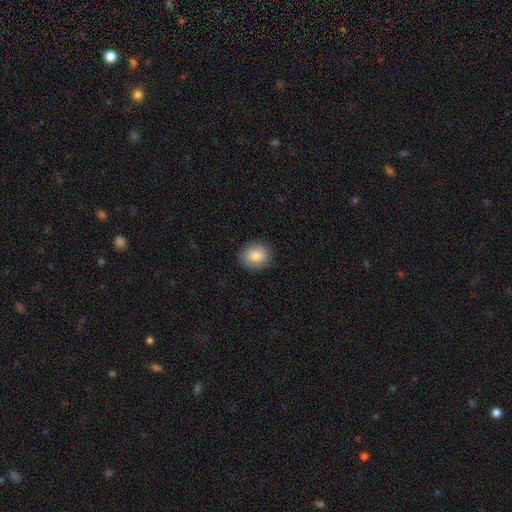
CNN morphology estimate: This is clearly a smooth galaxy (84%). How rounded: likely round (74%). Merging: clearly none (89%).